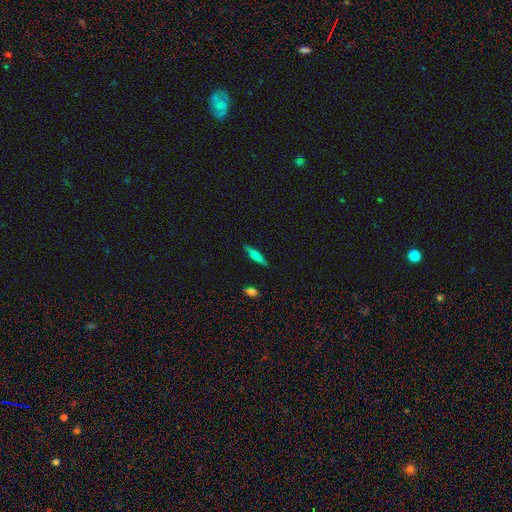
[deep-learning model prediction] This appears to be a smooth galaxy with no disk features (51%) that is cigar-shaped (82%). Merging: none (88%).